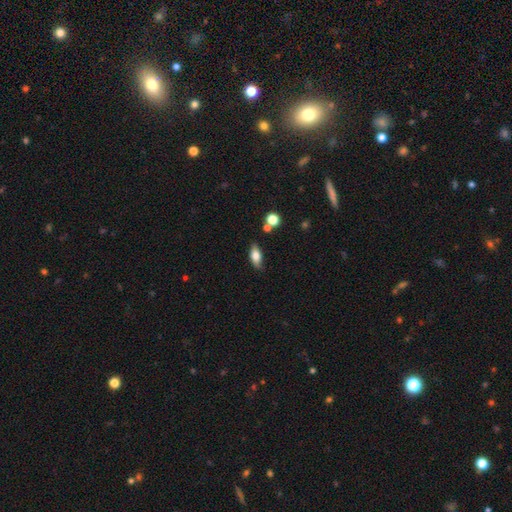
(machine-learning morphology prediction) A smooth galaxy with no disk features (69%) that is in between round and cigar-shaped (80%).

Vote fractions:
- Smooth or featured? smooth: 69% / featured or disk: 23% / star or artifact: 8%
- How rounded? in between: 80% / cigar-shaped: 16% / round: 4%
- Merging? none: 79% / minor disturbance: 14% / merger: 4% / major disturbance: 3%